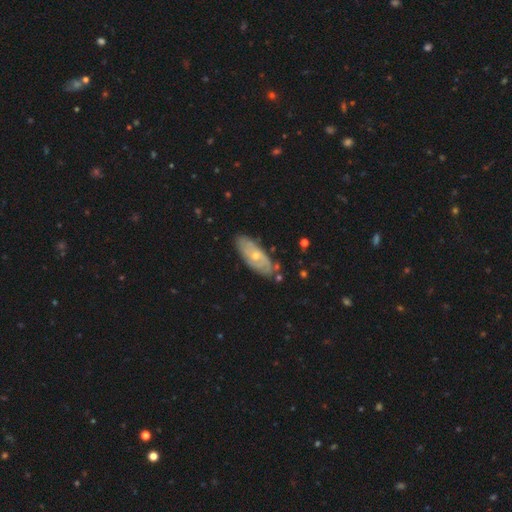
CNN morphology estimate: Q: Smooth or featured?
A: featured or disk (71%); runner-up: smooth (24%)
Q: Edge-on disk?
A: no (87%); runner-up: yes (13%)
Q: Bar?
A: no (76%); runner-up: weak (20%)
Q: Spiral arms?
A: yes (83%); runner-up: no (17%)
Q: Spiral winding?
A: tight (65%); runner-up: medium (26%)
Q: Spiral arm count?
A: can't tell (49%); runner-up: 2 (30%)
Q: Bulge size?
A: small (59%); runner-up: moderate (38%)
Q: Merging?
A: none (75%); runner-up: minor disturbance (18%)